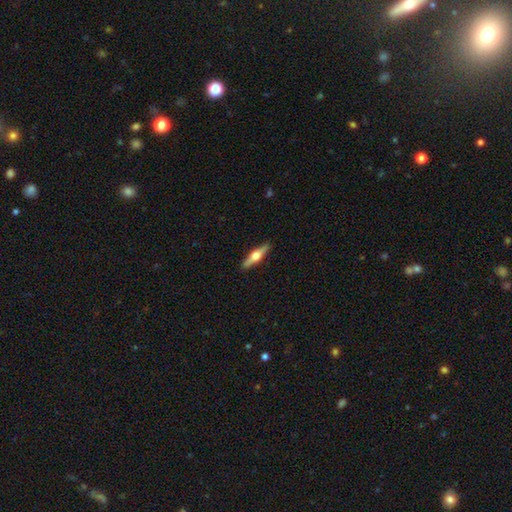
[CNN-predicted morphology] smooth_or_featured: featured or disk (p=0.63) [alt: smooth p=0.33]
disk_edge_on: yes (p=0.96) [alt: no p=0.04]
edge_on_bulge: rounded (p=0.95) [alt: boxy p=0.03]
merging: none (p=0.91) [alt: minor disturbance p=0.07]